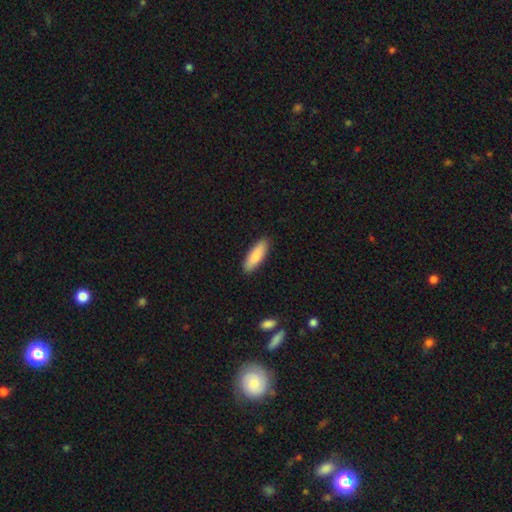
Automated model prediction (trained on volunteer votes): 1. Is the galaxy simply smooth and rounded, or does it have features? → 86% smooth, 9% featured or disk, 5% star or artifact.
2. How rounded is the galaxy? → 50% cigar-shaped, 49% in between, 2% round.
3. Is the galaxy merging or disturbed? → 89% none, 8% minor disturbance, 2% major disturbance, 1% merger.